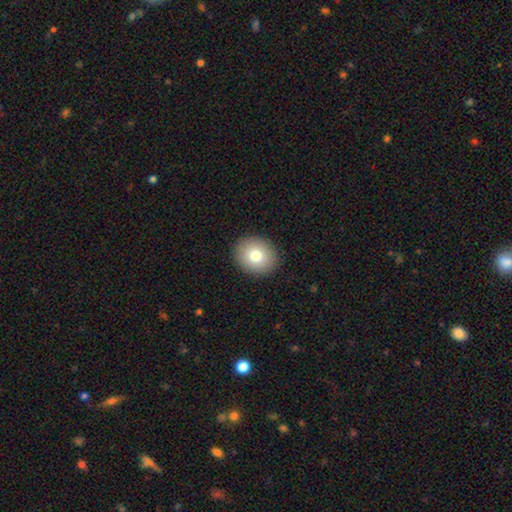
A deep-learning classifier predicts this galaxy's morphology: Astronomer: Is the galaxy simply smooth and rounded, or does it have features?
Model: smooth — 77%.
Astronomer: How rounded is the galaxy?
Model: round — 74%.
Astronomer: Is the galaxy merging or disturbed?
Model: none — 91%.